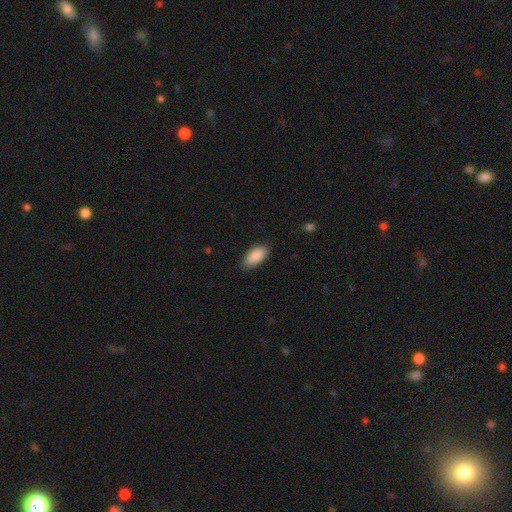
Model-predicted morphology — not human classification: smooth-or-featured: smooth: 90% | star or artifact: 6% | featured or disk: 4%
  how-rounded: in between: 92% | cigar-shaped: 6% | round: 2%
  merging: none: 83% | minor disturbance: 14% | major disturbance: 3% | merger: 1%